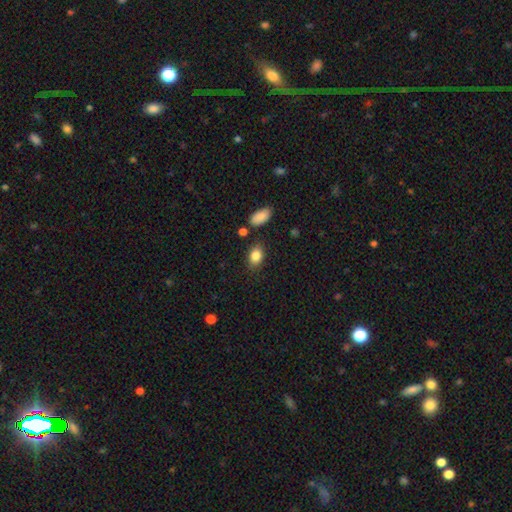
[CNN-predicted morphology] Smooth or featured? smooth (85%)
How rounded? in between (79%)
Merging? none (79%)